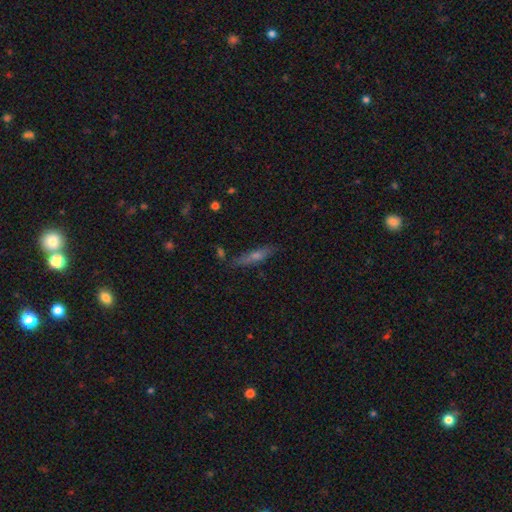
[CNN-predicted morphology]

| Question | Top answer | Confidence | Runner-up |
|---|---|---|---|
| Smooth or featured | featured or disk | 47% | smooth (41%) |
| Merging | none | 82% | minor disturbance (12%) |